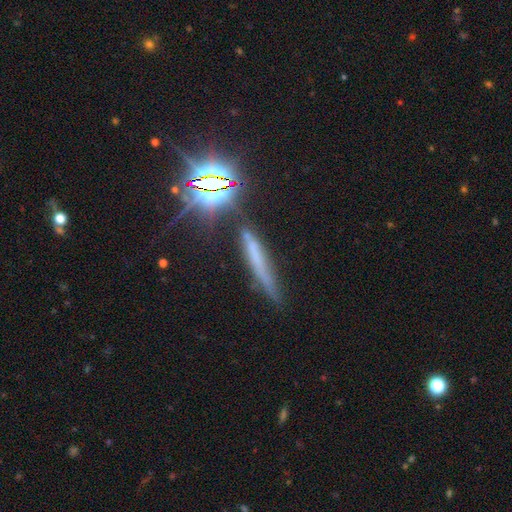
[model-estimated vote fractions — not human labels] A smooth galaxy with no disk features (36%). Merging: none (69%).